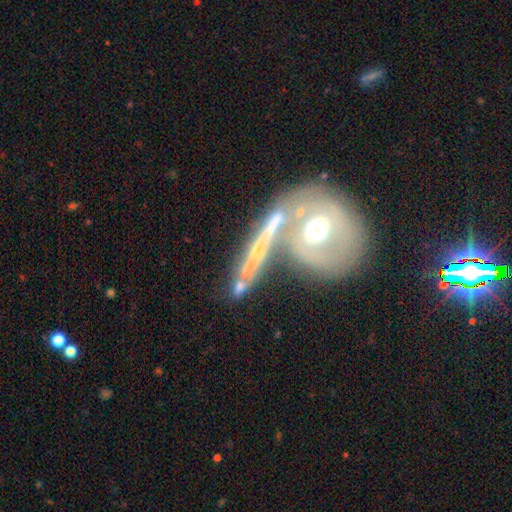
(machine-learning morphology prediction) smooth_or_featured: featured or disk (p=0.62) [alt: smooth p=0.30]
disk_edge_on: no (p=0.52) [alt: yes p=0.48]
merging: none (p=0.40) [alt: merger p=0.36]